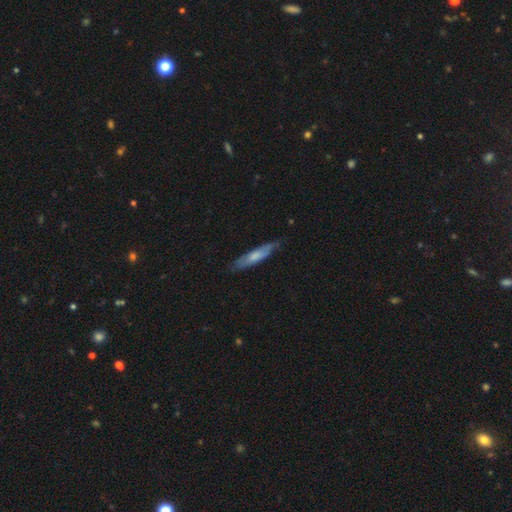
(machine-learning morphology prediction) smooth_or_featured: smooth (p=0.57) [alt: featured or disk p=0.37]
how_rounded: cigar-shaped (p=0.82) [alt: in between p=0.16]
merging: none (p=0.75) [alt: minor disturbance p=0.20]